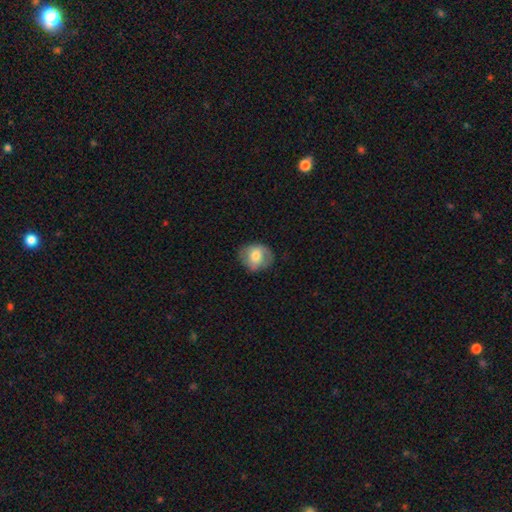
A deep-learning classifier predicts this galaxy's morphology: smooth 63%, featured or disk 29%, star or artifact 7%. Down the decision tree: how rounded — round (62%); merging — none (70%).